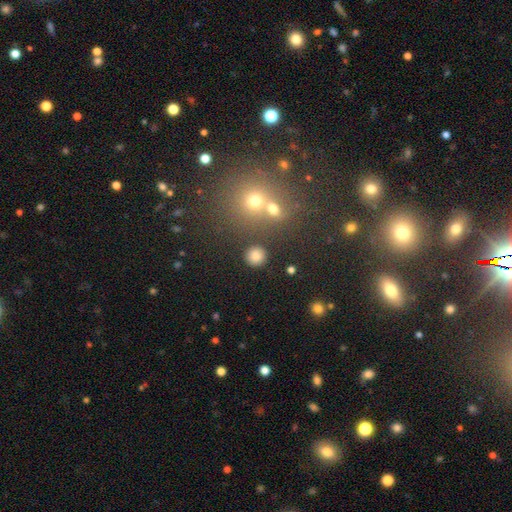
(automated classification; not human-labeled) Smooth or featured?
  - smooth: 82% *
  - star or artifact: 13%
  - featured or disk: 5%
How rounded?
  - round: 92% *
  - in between: 7%
  - cigar-shaped: 1%
Merging?
  - none: 87% *
  - minor disturbance: 6%
  - merger: 4%
  - major disturbance: 3%